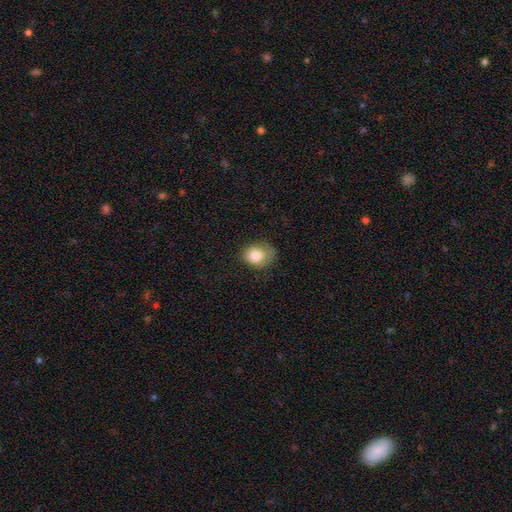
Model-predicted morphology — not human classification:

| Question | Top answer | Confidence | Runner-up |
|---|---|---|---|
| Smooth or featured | smooth | 83% | star or artifact (9%) |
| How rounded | in between | 52% | round (48%) |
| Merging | none | 54% | minor disturbance (32%) |